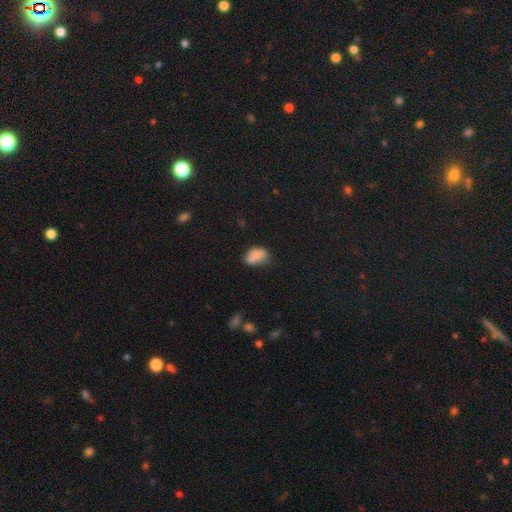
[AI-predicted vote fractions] This appears to be a smooth galaxy with no disk features (78%) that is in between round and cigar-shaped (83%). Merging: none (43%).